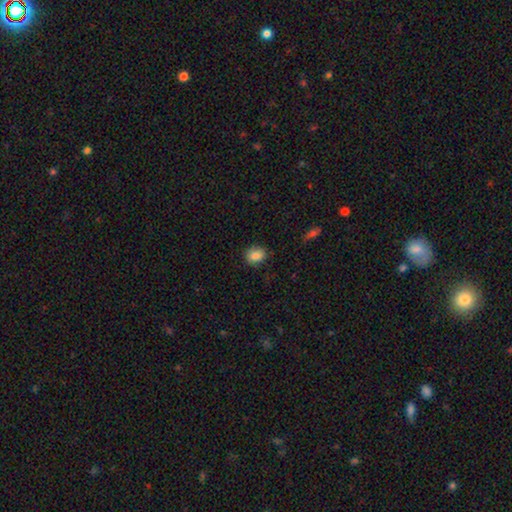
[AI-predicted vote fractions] A smooth galaxy with no disk features (84%) that is round (52%). Merging: none (84%).